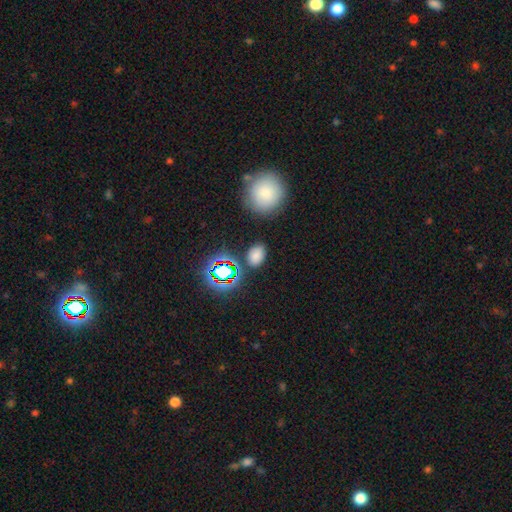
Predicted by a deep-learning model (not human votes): The model was most divided on "smooth or featured": smooth: 74%, star or artifact: 20%, featured or disk: 7%. More confident: merging — none (82%); how rounded — in between (79%).